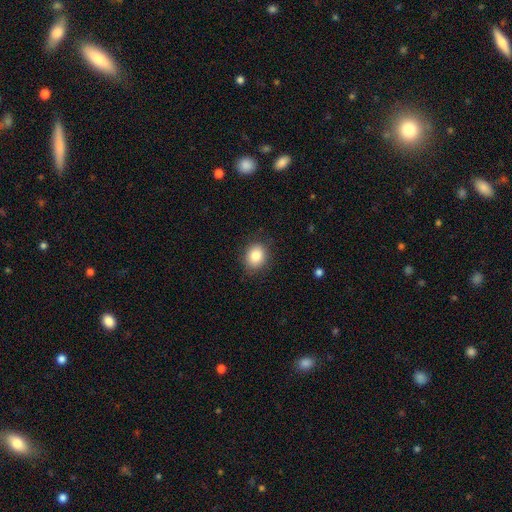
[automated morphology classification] The model was most divided on "how rounded": round: 58%, in between: 41%, cigar-shaped: 1%. More confident: merging — none (85%); smooth or featured — smooth (84%).